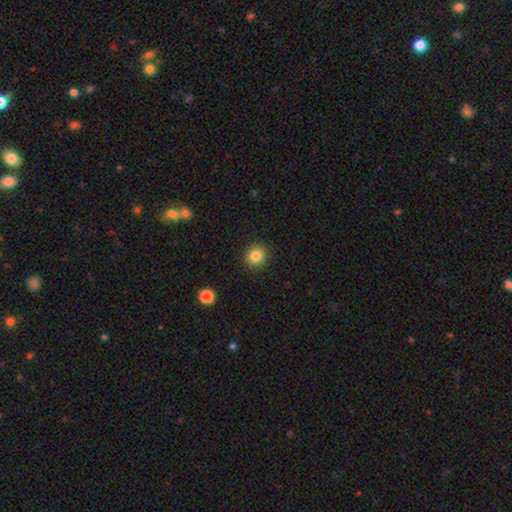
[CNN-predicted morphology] Smooth or featured?
  - smooth: 84% *
  - star or artifact: 11%
  - featured or disk: 5%
How rounded?
  - round: 87% *
  - in between: 12%
  - cigar-shaped: 1%
Merging?
  - none: 90% *
  - minor disturbance: 6%
  - major disturbance: 2%
  - merger: 1%